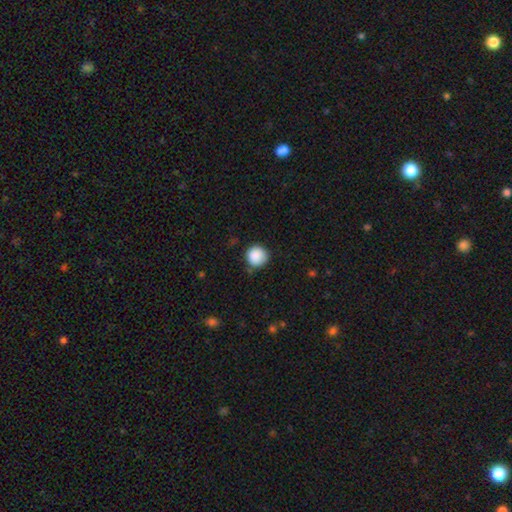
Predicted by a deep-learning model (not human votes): This appears to be a smooth galaxy with no disk features (88%) that is round (94%). Merging: none (81%).